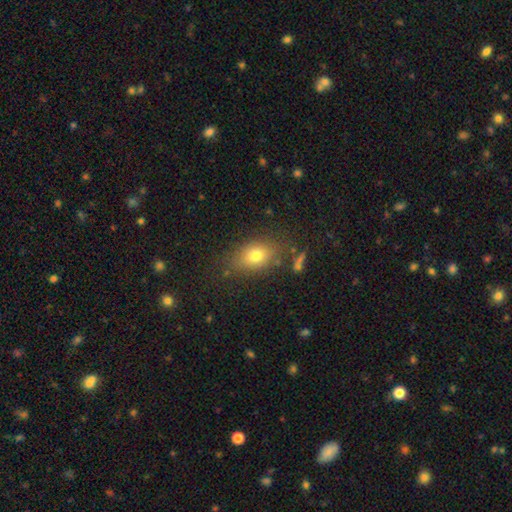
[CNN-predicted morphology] Smooth or featured: smooth — 75% (featured or disk — 13%)
How rounded: in between — 74% (round — 23%)
Merging: none — 76% (minor disturbance — 15%)